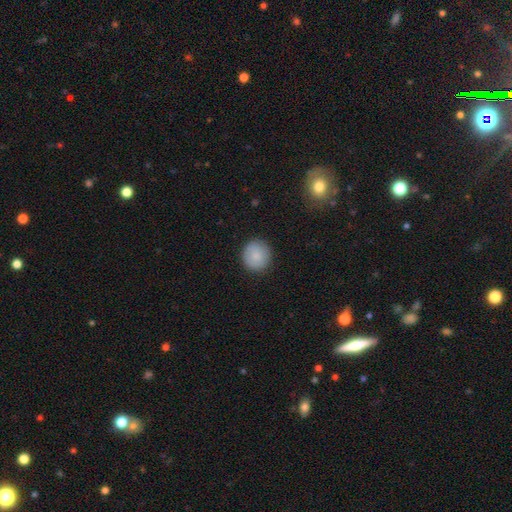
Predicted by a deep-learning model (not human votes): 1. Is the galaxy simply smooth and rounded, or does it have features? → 86% smooth, 7% featured or disk, 7% star or artifact.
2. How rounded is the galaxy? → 88% round, 11% in between, 1% cigar-shaped.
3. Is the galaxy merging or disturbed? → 90% none, 7% minor disturbance, 2% major disturbance, 1% merger.